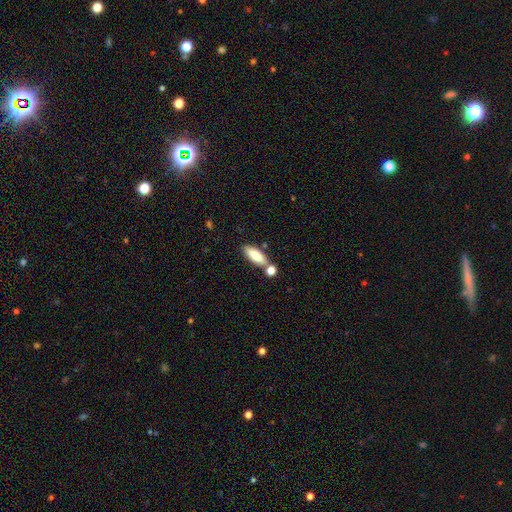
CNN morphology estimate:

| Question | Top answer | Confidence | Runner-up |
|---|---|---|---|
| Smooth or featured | smooth | 79% | featured or disk (14%) |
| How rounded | in between | 72% | cigar-shaped (25%) |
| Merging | none | 66% | merger (19%) |